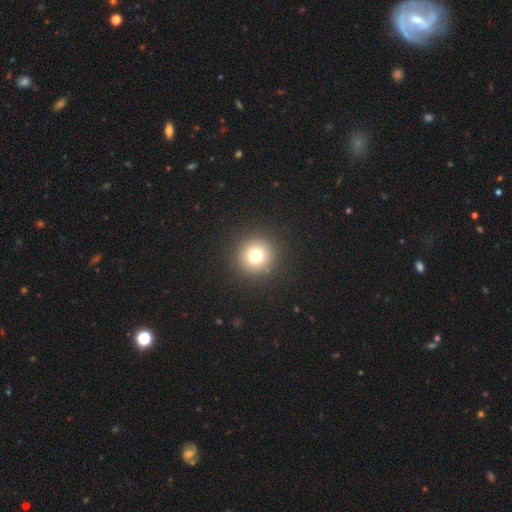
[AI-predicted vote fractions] Overall: smooth (75%). How rounded: round (96%). Merging: none (92%).